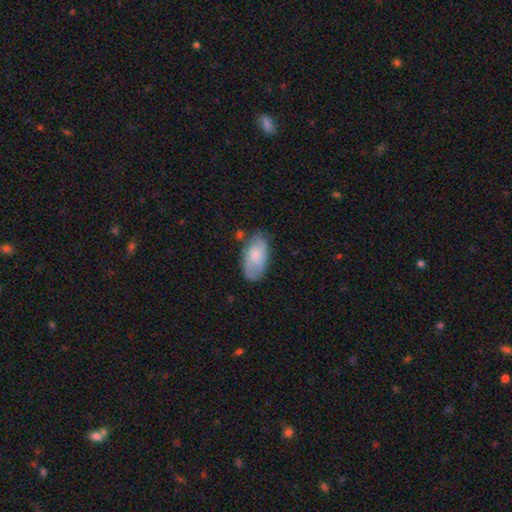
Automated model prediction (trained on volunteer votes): A smooth galaxy with no disk features (68%) that is in between round and cigar-shaped (94%).

Vote fractions:
- Smooth or featured? smooth: 68% / featured or disk: 26% / star or artifact: 6%
- How rounded? in between: 94% / cigar-shaped: 3% / round: 3%
- Merging? none: 69% / minor disturbance: 23% / major disturbance: 5% / merger: 4%